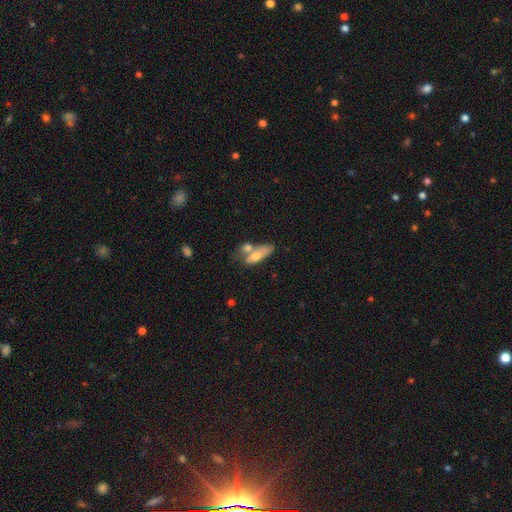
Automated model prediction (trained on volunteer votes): smooth-or-featured: smooth: 65% | featured or disk: 28% | star or artifact: 7%
  how-rounded: in between: 63% | cigar-shaped: 33% | round: 4%
  merging: merger: 44% | none: 32% | minor disturbance: 16% | major disturbance: 9%